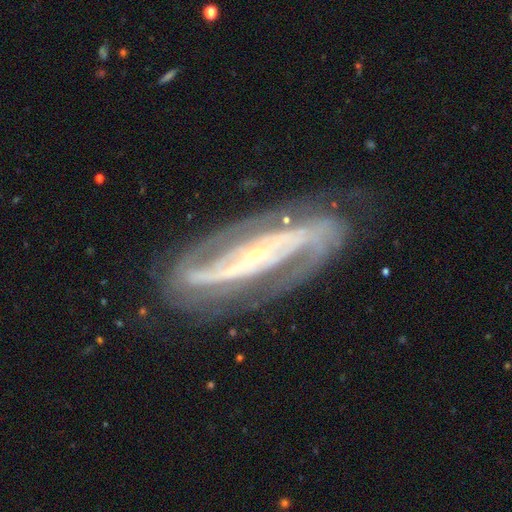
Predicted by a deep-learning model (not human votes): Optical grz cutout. It shows a featured or disk galaxy (90%) with a strong bar (44%), 2 (80%) medium (44%) spiral arms (96%) and a small central bulge (81%). Merging: none (77%).